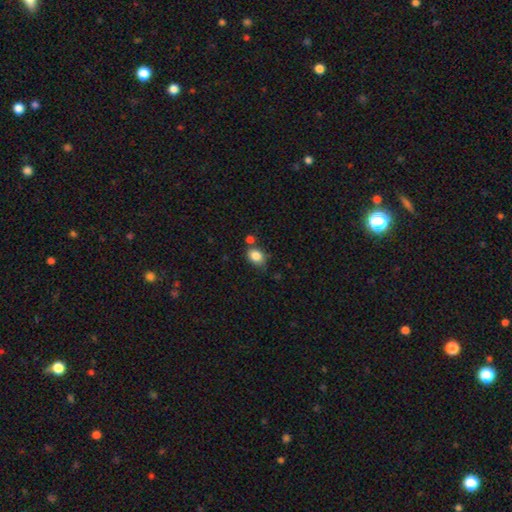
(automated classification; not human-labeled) smooth-or-featured: smooth: 84% | star or artifact: 9% | featured or disk: 6%
  how-rounded: in between: 66% | round: 33% | cigar-shaped: 1%
  merging: none: 61% | minor disturbance: 21% | merger: 13% | major disturbance: 5%